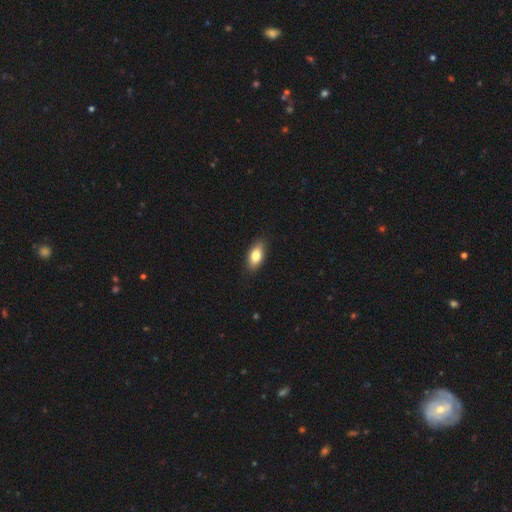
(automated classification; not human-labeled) A smooth galaxy with no disk features (81%) that is in between round and cigar-shaped (88%). Merging: none (87%).